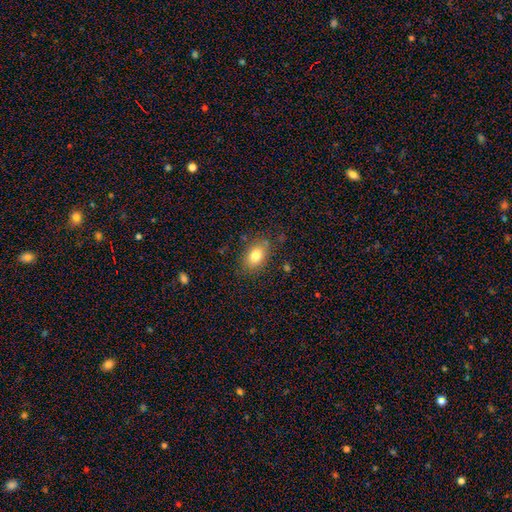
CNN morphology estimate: Smooth or featured?
  - smooth: 80% *
  - featured or disk: 12%
  - star or artifact: 8%
How rounded?
  - in between: 85% *
  - round: 13%
  - cigar-shaped: 2%
Merging?
  - none: 80% *
  - minor disturbance: 14%
  - major disturbance: 4%
  - merger: 2%